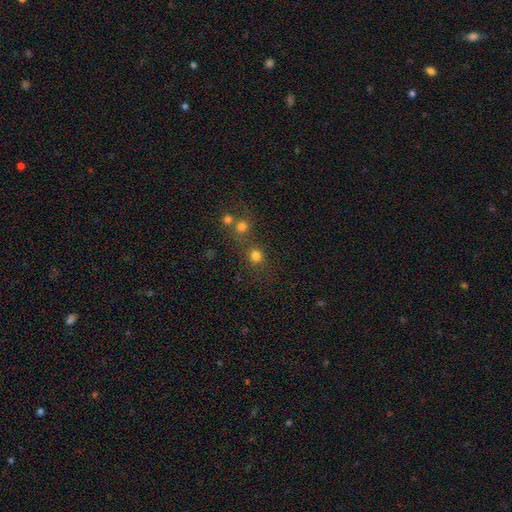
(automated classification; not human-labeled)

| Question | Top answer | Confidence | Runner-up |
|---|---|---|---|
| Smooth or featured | smooth | 77% | star or artifact (17%) |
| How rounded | round | 88% | in between (10%) |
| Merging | none | 67% | merger (20%) |